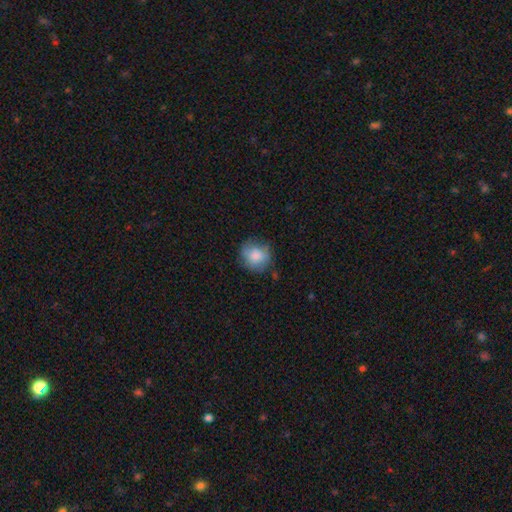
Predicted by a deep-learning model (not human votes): Smooth or featured? Predicted: smooth (p=0.77). How rounded? Predicted: round (p=0.82). Merging? Predicted: none (p=0.67).